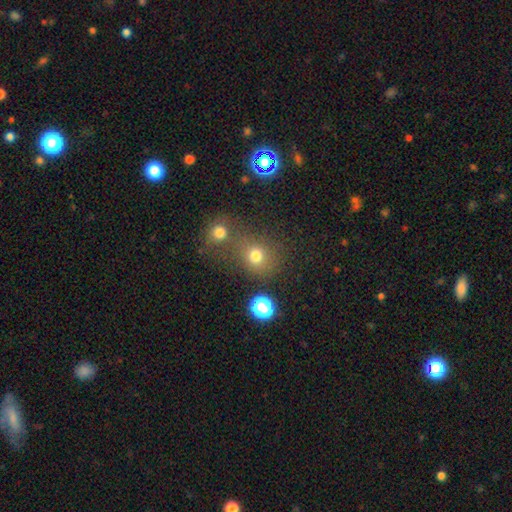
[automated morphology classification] Smooth or featured: smooth — 73% (star or artifact — 19%)
How rounded: round — 80% (in between — 19%)
Merging: none — 61% (merger — 23%)